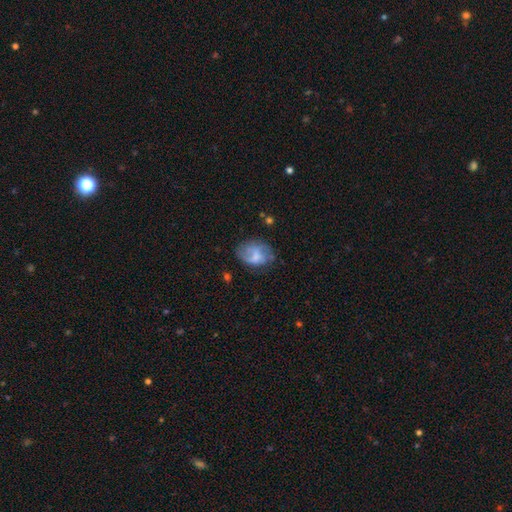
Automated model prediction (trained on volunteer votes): Smooth or featured?
  - smooth: 54% *
  - featured or disk: 38%
  - star or artifact: 9%
How rounded?
  - in between: 71% *
  - round: 27%
  - cigar-shaped: 1%
Merging?
  - none: 51% *
  - minor disturbance: 28%
  - major disturbance: 17%
  - merger: 3%